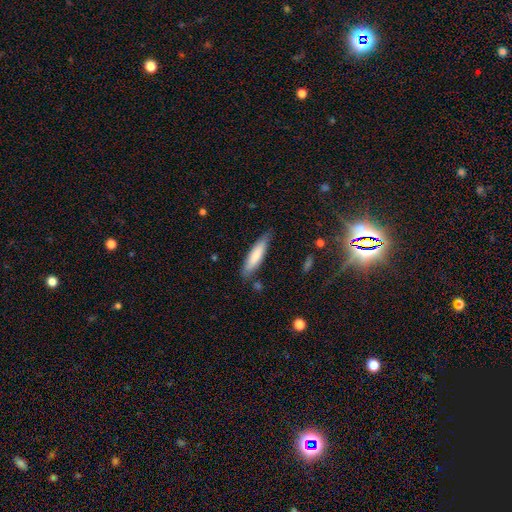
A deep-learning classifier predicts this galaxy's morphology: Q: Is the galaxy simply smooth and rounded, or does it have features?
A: smooth — 77%.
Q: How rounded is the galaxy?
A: cigar-shaped — 75%.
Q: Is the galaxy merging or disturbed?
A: none — 76%.